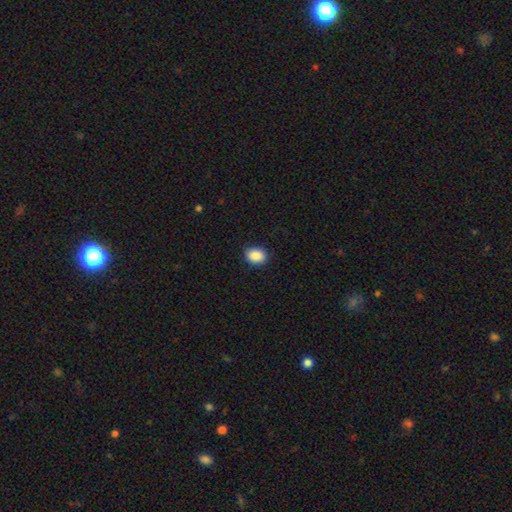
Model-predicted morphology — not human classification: Q: Smooth or featured?
A: smooth (90%); runner-up: star or artifact (8%)
Q: How rounded?
A: in between (63%); runner-up: round (36%)
Q: Merging?
A: none (88%); runner-up: minor disturbance (9%)